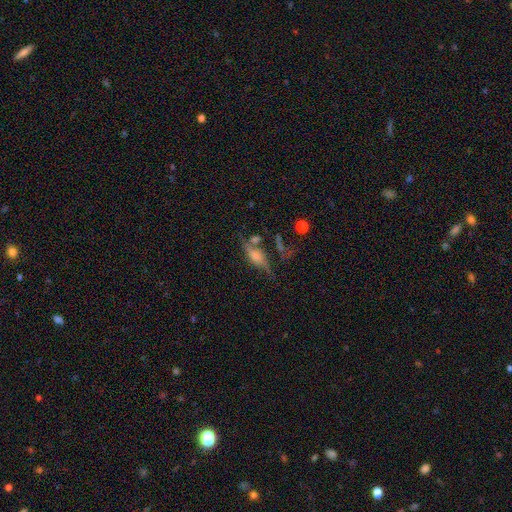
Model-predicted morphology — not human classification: Smooth or featured: featured or disk — 49% (smooth — 39%)
Merging: none — 46% (minor disturbance — 23%)